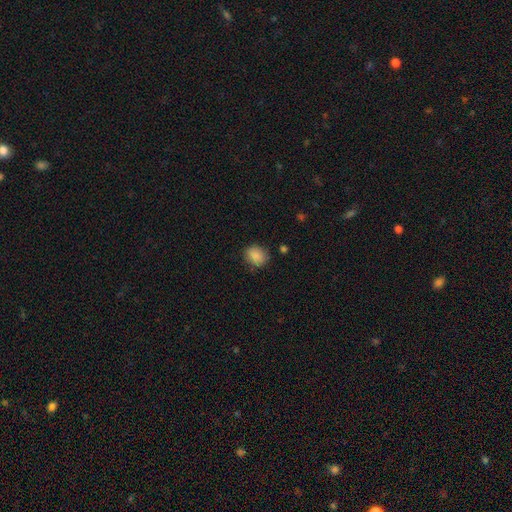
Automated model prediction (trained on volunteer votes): Overall: smooth (86%). How rounded: round (64%; in between 35%). Merging: none (81%).